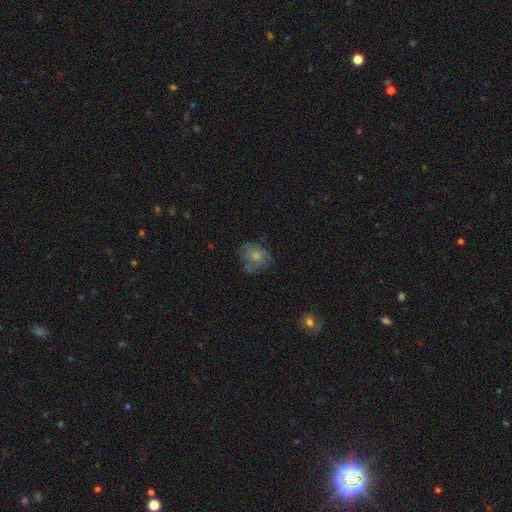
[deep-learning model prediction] smooth-or-featured: smooth: 60% | featured or disk: 29% | star or artifact: 10%
  how-rounded: round: 54% | in between: 45% | cigar-shaped: 1%
  merging: none: 51% | minor disturbance: 28% | major disturbance: 16% | merger: 5%